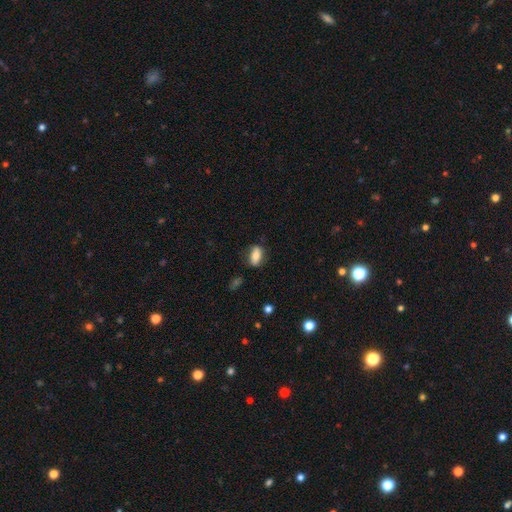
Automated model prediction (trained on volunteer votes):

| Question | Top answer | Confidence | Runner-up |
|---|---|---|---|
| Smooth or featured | smooth | 78% | featured or disk (14%) |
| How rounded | in between | 85% | cigar-shaped (9%) |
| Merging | none | 75% | minor disturbance (18%) |